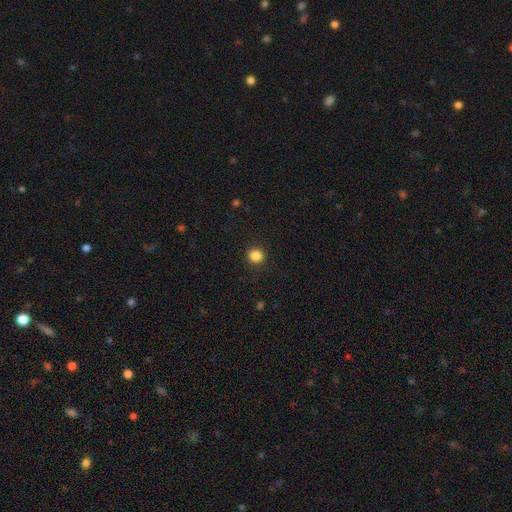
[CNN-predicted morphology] Overall: smooth (86%). How rounded: round (86%). Merging: none (91%).